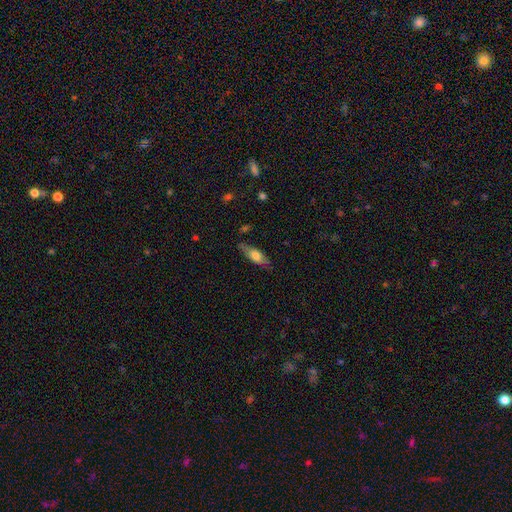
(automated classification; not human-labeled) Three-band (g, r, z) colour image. It shows a smooth galaxy with no disk features (61%) that is in between round and cigar-shaped (54%). Merging: none (78%).